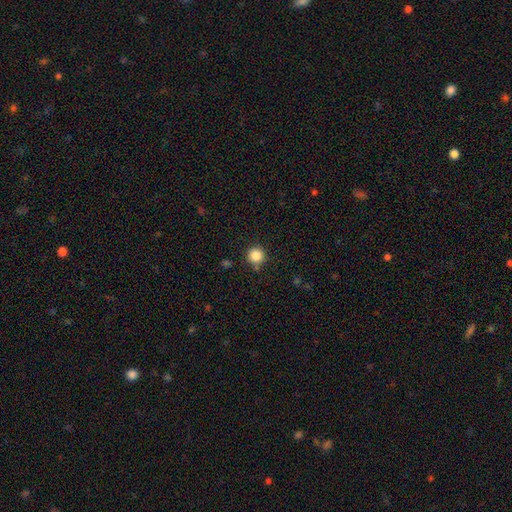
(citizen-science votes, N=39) Smooth or featured? smooth (87%)
How rounded? round (100%)
Merging? none (75%)